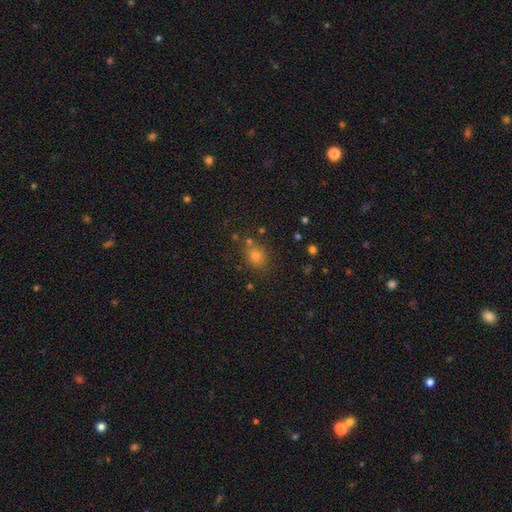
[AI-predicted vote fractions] smooth 71%, star or artifact 22%, featured or disk 7%. Down the decision tree: how rounded — round (63%); merging — none (75%).